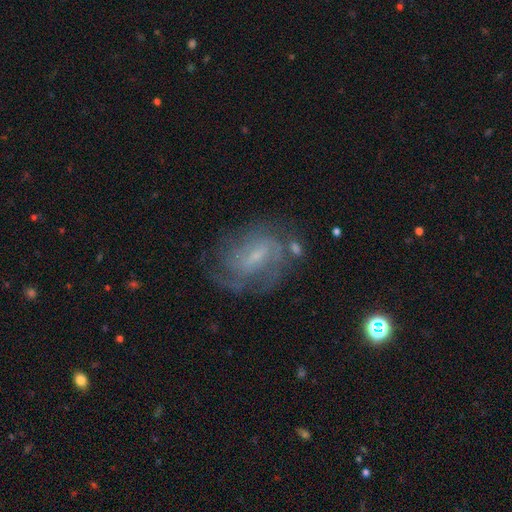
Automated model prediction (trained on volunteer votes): Morphology: type=featured or disk (76%); edge-on=no (96%); bar=weak (54%); spiral arms=yes (88%); winding=tight (45%); arm count=can't tell (41%); bulge=small (69%); merging=none (63%).